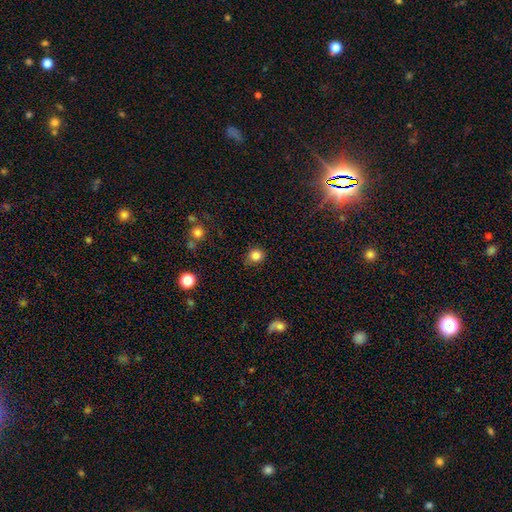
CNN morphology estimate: The model was most divided on "merging": none: 81%, minor disturbance: 14%, major disturbance: 3%, merger: 2%. More confident: how rounded — round (84%); smooth or featured — smooth (83%).